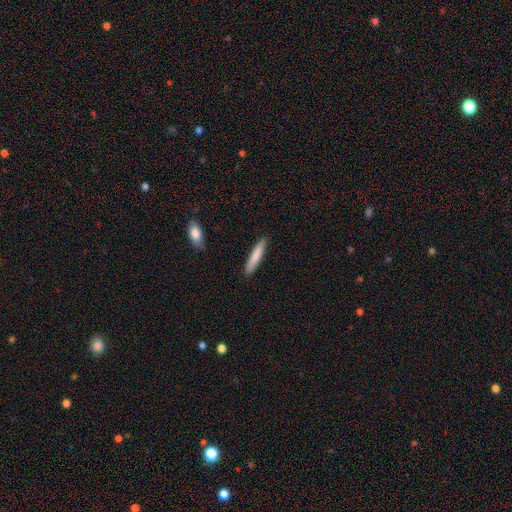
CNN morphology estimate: Q: Smooth or featured?
A: smooth (79%); runner-up: featured or disk (16%)
Q: How rounded?
A: cigar-shaped (92%); runner-up: in between (7%)
Q: Merging?
A: none (90%); runner-up: minor disturbance (7%)